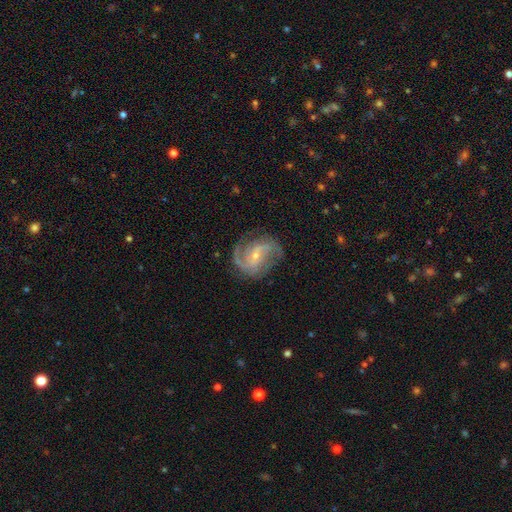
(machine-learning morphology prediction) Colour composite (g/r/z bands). It shows a featured or disk galaxy (89%) with a weak bar (45%), 2 (61%) medium (53%) spiral arms (97%) and a small central bulge (73%). Merging: none (73%).